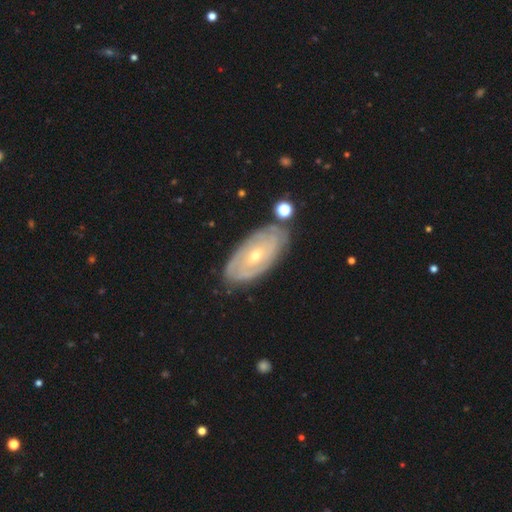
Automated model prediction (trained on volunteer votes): A featured or disk galaxy (75%) with no bar (66%), tight (79%) spiral arms (79%) and a small central bulge (63%).

Vote fractions:
- Smooth or featured? featured or disk: 75% / smooth: 19% / star or artifact: 6%
- Edge-on disk? no: 92% / yes: 8%
- Bar? no: 66% / weak: 27% / strong: 8%
- Spiral arms? yes: 79% / no: 21%
- Spiral winding? tight: 79% / medium: 16% / loose: 5%
- Spiral arm count? can't tell: 58% / 2: 21% / 3: 9% / 4: 6% / 1: 4% / more than 4: 4%
- Bulge size? small: 63% / moderate: 34% / large: 1% / none: 1% / dominant: 1%
- Merging? none: 78% / minor disturbance: 15% / major disturbance: 4% / merger: 4%